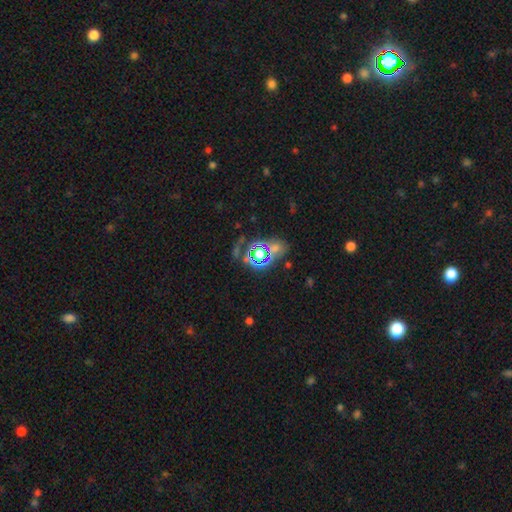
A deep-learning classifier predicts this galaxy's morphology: smooth-or-featured: star or artifact: 64% | smooth: 24% | featured or disk: 12%